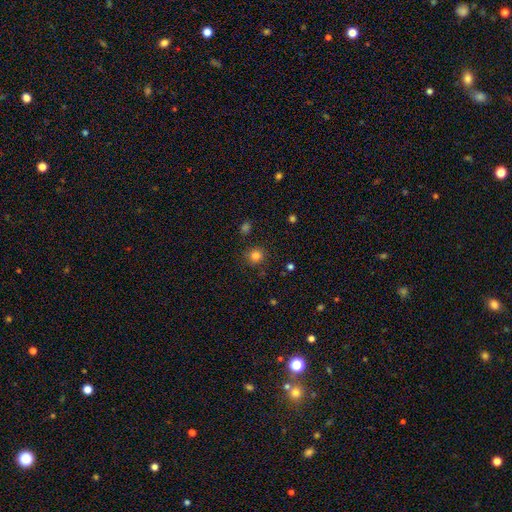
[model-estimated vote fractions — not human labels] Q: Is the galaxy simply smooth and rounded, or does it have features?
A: smooth — 82%.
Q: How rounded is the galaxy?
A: round — 87%.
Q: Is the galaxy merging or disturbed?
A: none — 86%.